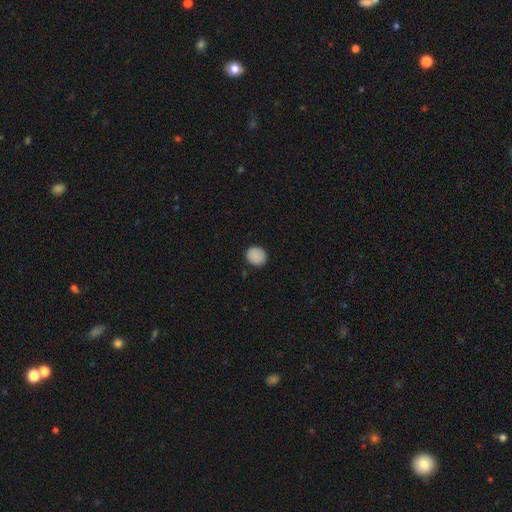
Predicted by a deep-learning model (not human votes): A smooth galaxy with no disk features (88%) that is round (86%).

Vote fractions:
- Smooth or featured? smooth: 88% / star or artifact: 8% / featured or disk: 4%
- How rounded? round: 86% / in between: 13% / cigar-shaped: 1%
- Merging? none: 89% / minor disturbance: 8% / major disturbance: 2% / merger: 1%